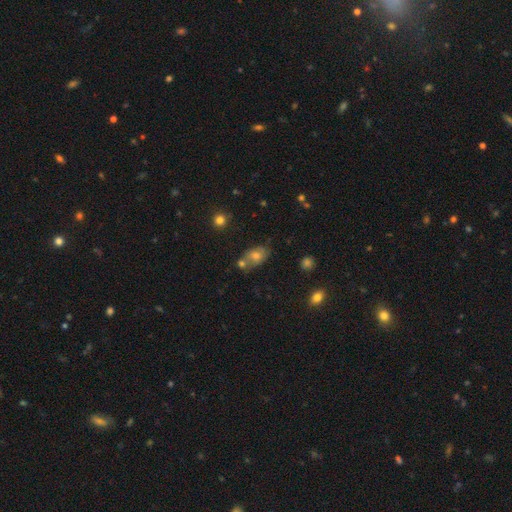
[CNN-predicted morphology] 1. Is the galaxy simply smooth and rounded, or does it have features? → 64% smooth, 21% featured or disk, 15% star or artifact.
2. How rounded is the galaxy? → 78% in between, 19% round, 3% cigar-shaped.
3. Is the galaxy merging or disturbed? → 56% none, 23% merger, 16% minor disturbance, 5% major disturbance.